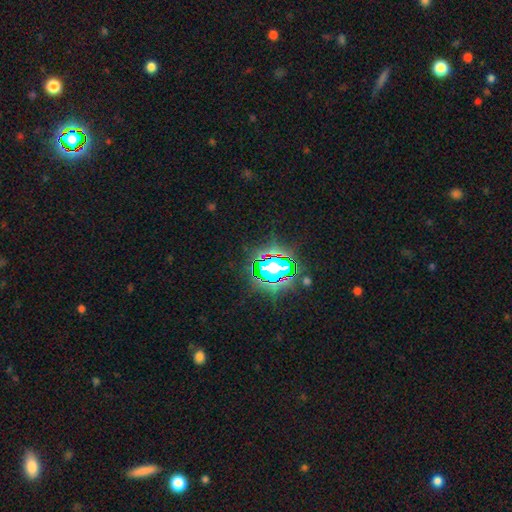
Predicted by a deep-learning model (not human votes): smooth_or_featured: star or artifact (p=0.79) [alt: smooth p=0.13]